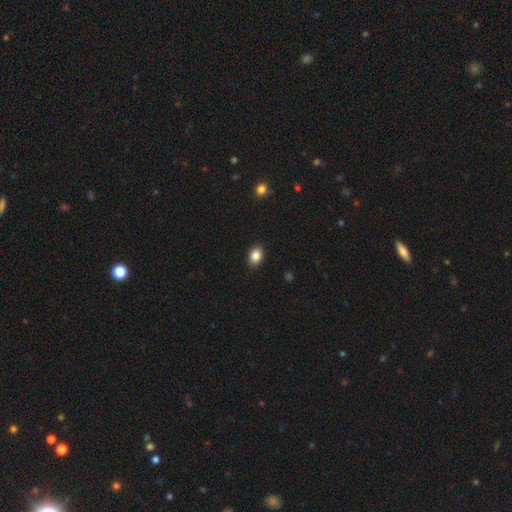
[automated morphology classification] A smooth galaxy with no disk features (87%) that is in between round and cigar-shaped (68%).

Vote fractions:
- Smooth or featured? smooth: 87% / star or artifact: 9% / featured or disk: 5%
- How rounded? in between: 68% / round: 31% / cigar-shaped: 1%
- Merging? none: 89% / minor disturbance: 8% / major disturbance: 2% / merger: 1%